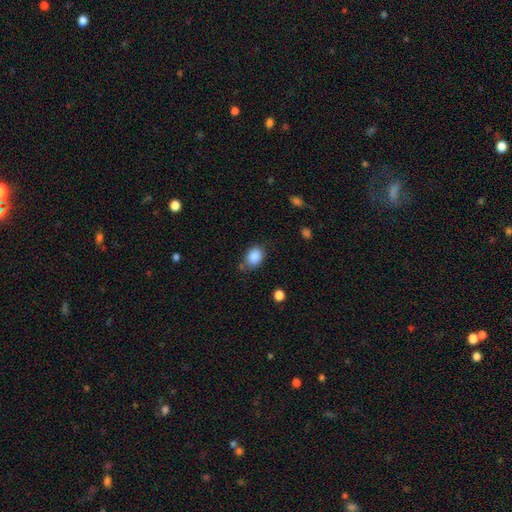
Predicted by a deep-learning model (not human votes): smooth-or-featured: smooth: 87% | star or artifact: 8% | featured or disk: 4%
  how-rounded: in between: 66% | round: 33% | cigar-shaped: 1%
  merging: none: 72% | minor disturbance: 20% | major disturbance: 5% | merger: 4%